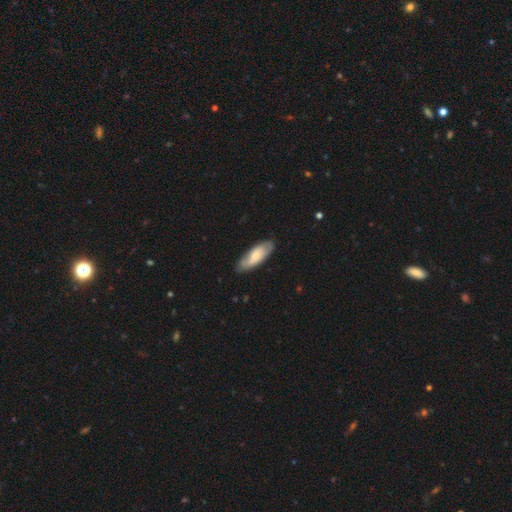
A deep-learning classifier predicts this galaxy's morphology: Q: Smooth or featured?
A: smooth (61%); runner-up: featured or disk (34%)
Q: How rounded?
A: in between (71%); runner-up: cigar-shaped (27%)
Q: Merging?
A: none (77%); runner-up: minor disturbance (18%)